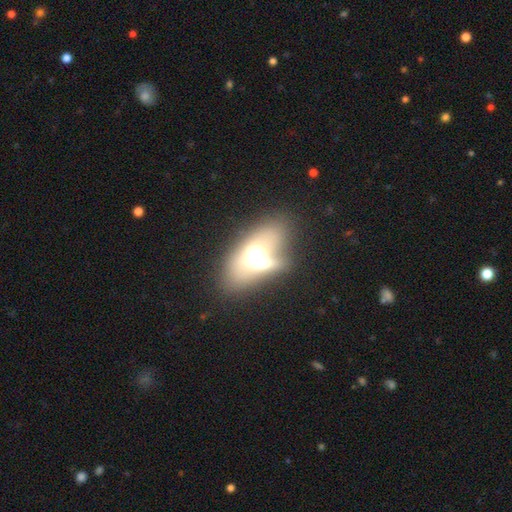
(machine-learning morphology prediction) Smooth or featured?
  - smooth: 51% *
  - featured or disk: 38%
  - star or artifact: 11%
How rounded?
  - in between: 82% *
  - round: 13%
  - cigar-shaped: 6%
Merging?
  - merger: 54% *
  - none: 19%
  - major disturbance: 16%
  - minor disturbance: 11%